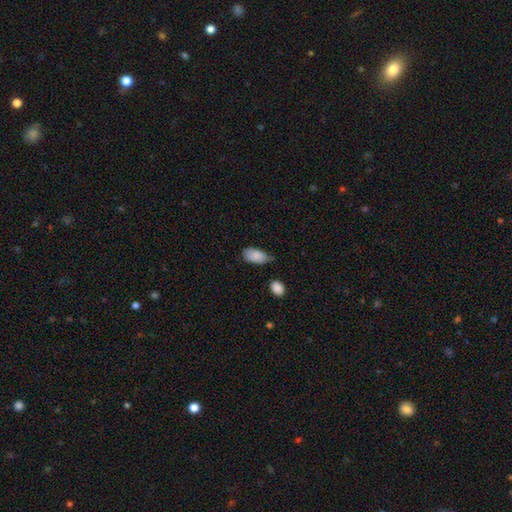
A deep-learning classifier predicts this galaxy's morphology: A smooth galaxy with no disk features (85%) that is in between round and cigar-shaped (94%). Merging: none (50%).